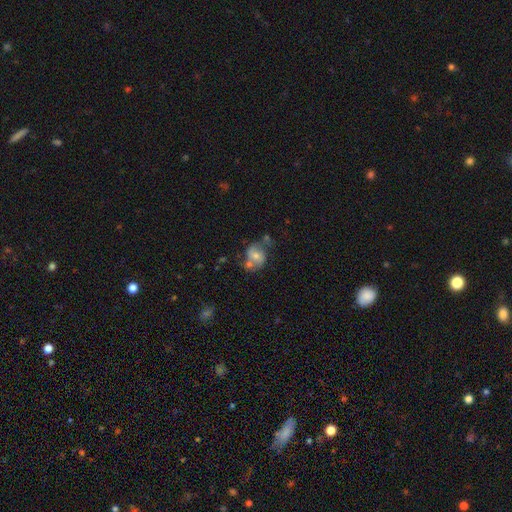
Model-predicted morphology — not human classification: Smooth or featured? featured or disk (46%)
Merging? none (43%)